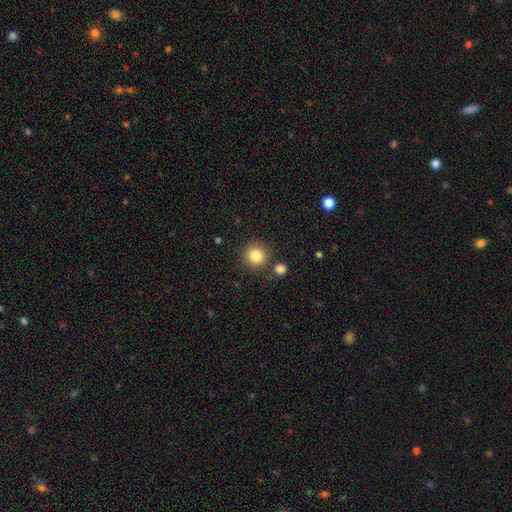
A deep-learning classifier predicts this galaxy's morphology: type=smooth (84%); roundness=round (92%); merging=none (81%).